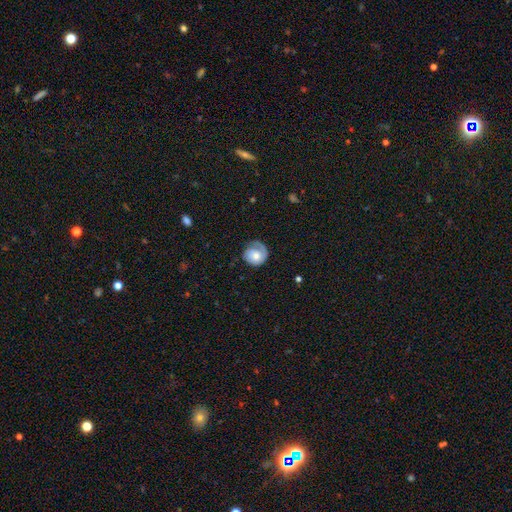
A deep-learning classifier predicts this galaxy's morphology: Smooth or featured?
  - featured or disk: 56% *
  - smooth: 38%
  - star or artifact: 7%
Edge-on disk?
  - no: 97% *
  - yes: 3%
Bar?
  - no: 80% *
  - weak: 17%
  - strong: 3%
Spiral arms?
  - yes: 86% *
  - no: 14%
Bulge size?
  - moderate: 57% *
  - small: 29%
  - large: 9%
  - none: 3%
  - dominant: 2%
Merging?
  - none: 59% *
  - minor disturbance: 23%
  - major disturbance: 17%
  - merger: 2%